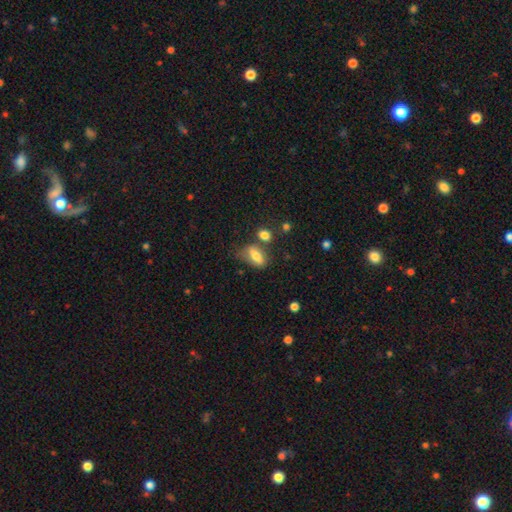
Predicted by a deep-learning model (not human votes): This appears to be a smooth galaxy with no disk features (73%) that is in between round and cigar-shaped (82%). Merging: none (49%).